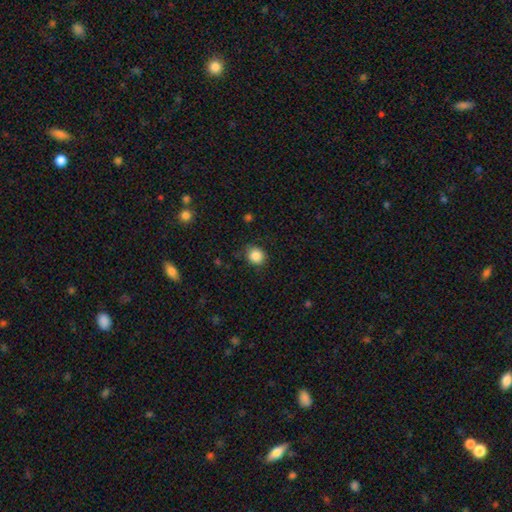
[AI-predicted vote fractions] smooth 86%, star or artifact 10%, featured or disk 4%. Down the decision tree: how rounded — round (83%); merging — none (83%).